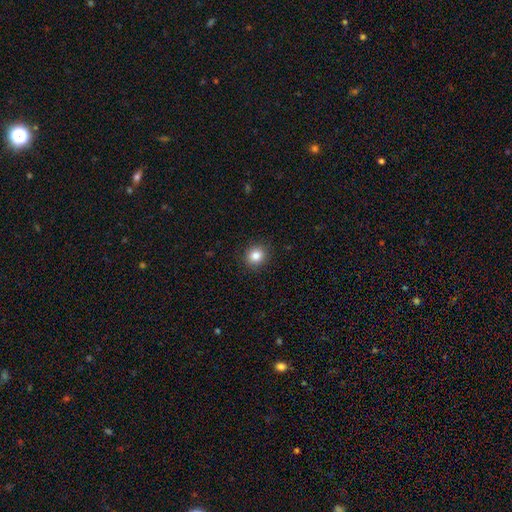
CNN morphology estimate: smooth 85%, star or artifact 10%, featured or disk 5%. Down the decision tree: how rounded — round (81%); merging — none (91%).